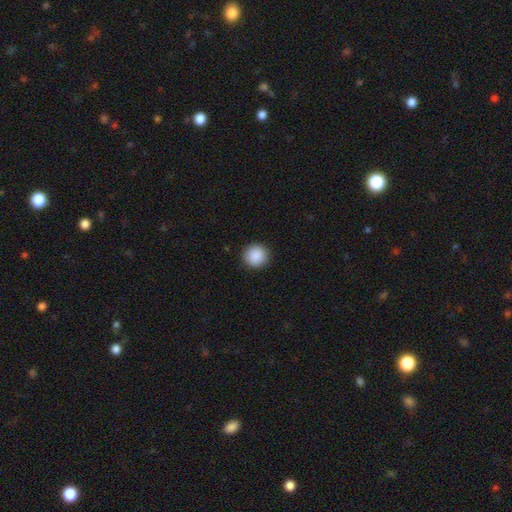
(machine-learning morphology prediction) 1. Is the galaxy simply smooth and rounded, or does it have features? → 90% smooth, 8% star or artifact, 3% featured or disk.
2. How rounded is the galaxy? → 93% round, 6% in between, 1% cigar-shaped.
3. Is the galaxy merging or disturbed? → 92% none, 5% minor disturbance, 2% major disturbance, 1% merger.